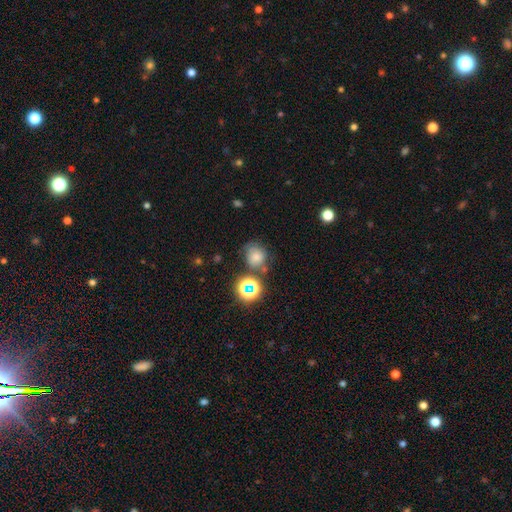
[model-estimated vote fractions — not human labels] This is possibly a smooth galaxy (58%). How rounded: likely round (70%). Merging: possibly none (58%).